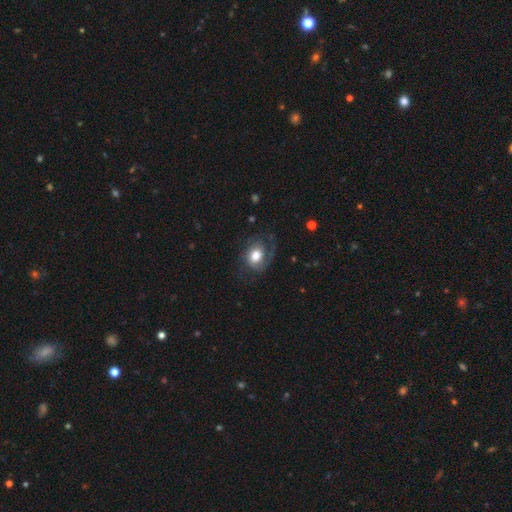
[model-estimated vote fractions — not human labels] Overall: featured or disk (54%; smooth 38%). Edge-on disk: no (97%). Bar: no (72%). Spiral arms: yes (85%). Bulge size: large (44%; moderate 43%). Merging: none (58%; minor disturbance 21%).